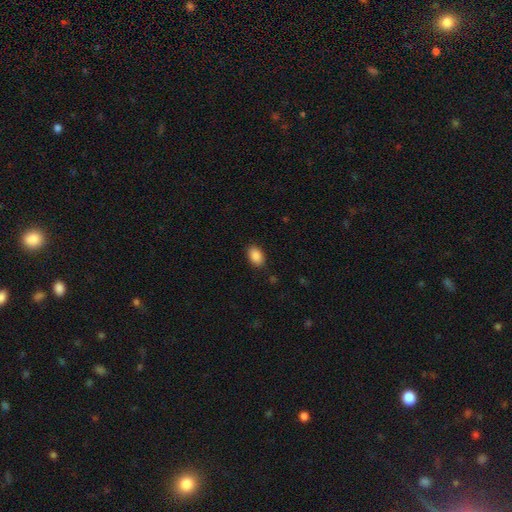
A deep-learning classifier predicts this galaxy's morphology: type=smooth (89%); roundness=in between (87%); merging=none (87%).